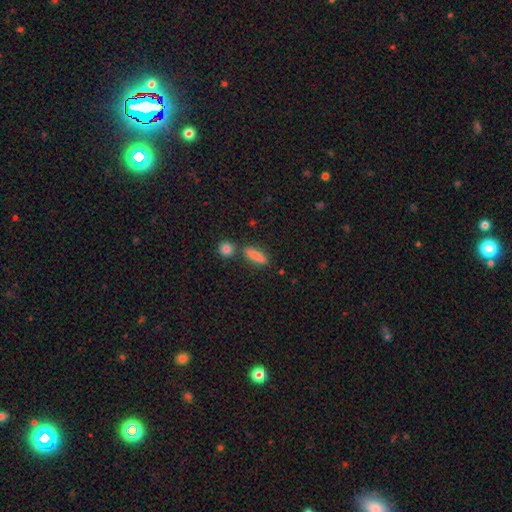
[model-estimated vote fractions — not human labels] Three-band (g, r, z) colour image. It shows a smooth galaxy with no disk features (82%) that is cigar-shaped (65%). Merging: none (76%).